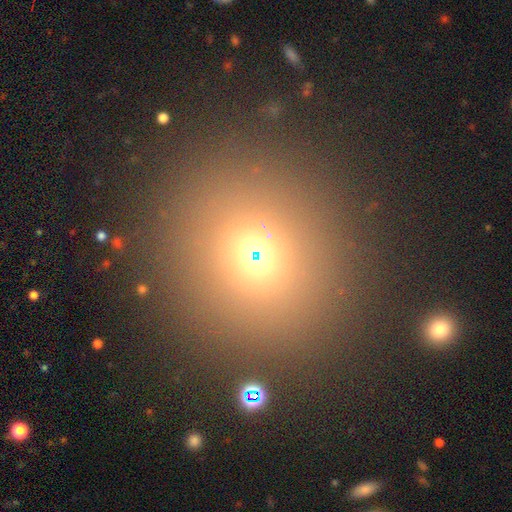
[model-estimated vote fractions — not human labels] This is likely a smooth galaxy (61%). How rounded: clearly round (88%). Merging: clearly none (84%).